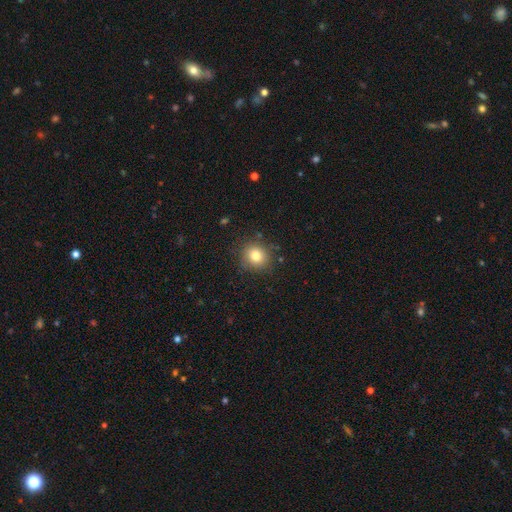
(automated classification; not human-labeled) Smooth or featured: smooth — 80% (star or artifact — 12%)
How rounded: round — 86% (in between — 13%)
Merging: none — 86% (minor disturbance — 9%)